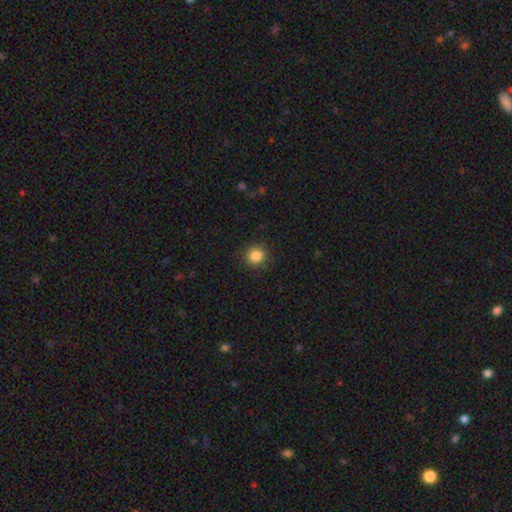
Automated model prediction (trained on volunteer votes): smooth_or_featured: smooth (p=0.86) [alt: star or artifact p=0.11]
how_rounded: round (p=0.90) [alt: in between p=0.09]
merging: none (p=0.90) [alt: minor disturbance p=0.07]